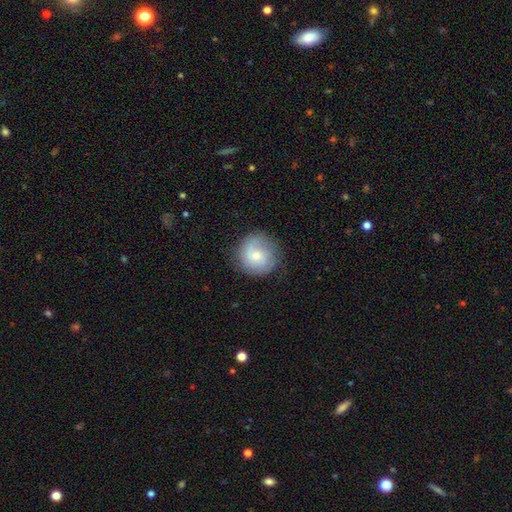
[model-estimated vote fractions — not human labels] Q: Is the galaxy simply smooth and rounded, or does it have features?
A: smooth — 57%.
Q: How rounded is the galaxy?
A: round — 91%.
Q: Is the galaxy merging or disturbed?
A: none — 77%.